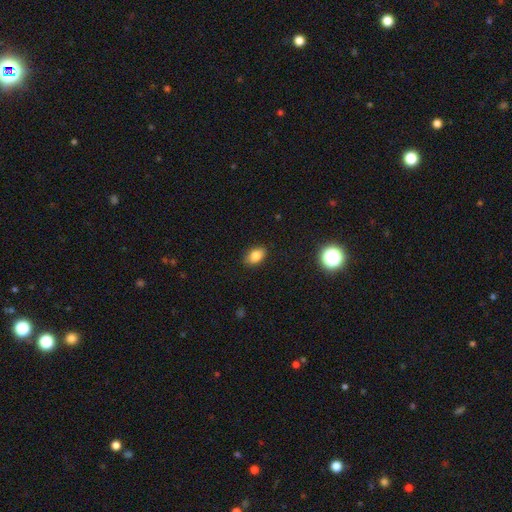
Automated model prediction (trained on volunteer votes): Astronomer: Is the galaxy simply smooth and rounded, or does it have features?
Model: smooth — 81%.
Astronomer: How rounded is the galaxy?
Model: in between — 85%.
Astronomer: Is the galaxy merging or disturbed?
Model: none — 87%.